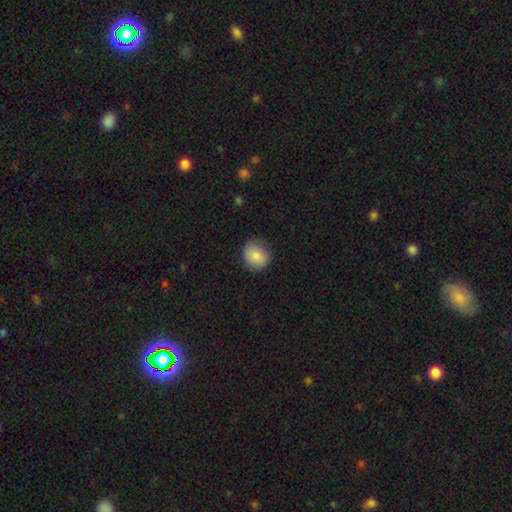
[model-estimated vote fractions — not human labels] Smooth or featured? smooth (83%)
How rounded? round (78%)
Merging? none (78%)